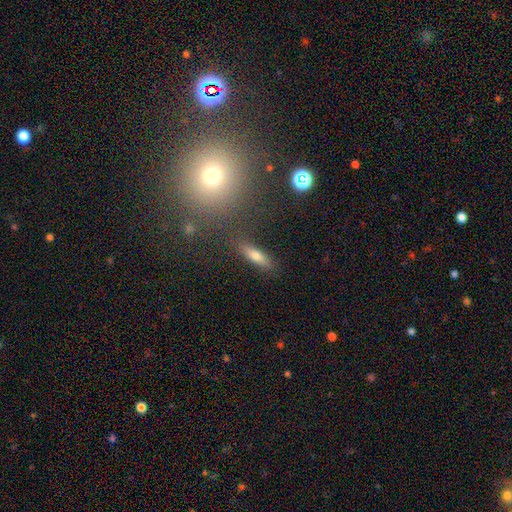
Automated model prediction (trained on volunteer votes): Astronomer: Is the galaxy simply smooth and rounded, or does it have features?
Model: smooth — 61%.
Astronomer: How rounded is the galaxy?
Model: cigar-shaped — 61%.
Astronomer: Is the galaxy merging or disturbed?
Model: none — 84%.